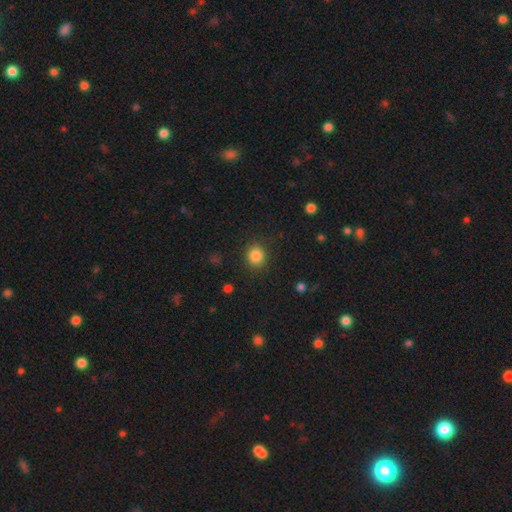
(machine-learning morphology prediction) This appears to be a smooth galaxy with no disk features (85%) that is round (84%). Merging: none (89%).